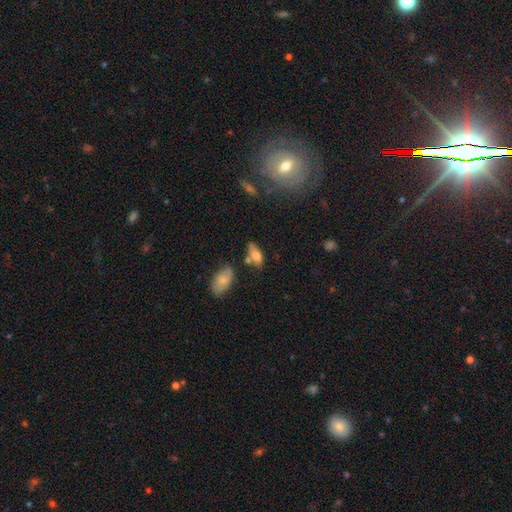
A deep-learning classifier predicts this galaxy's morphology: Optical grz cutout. It shows a smooth galaxy with no disk features (73%) that is in between round and cigar-shaped (83%). Merging: none (55%).